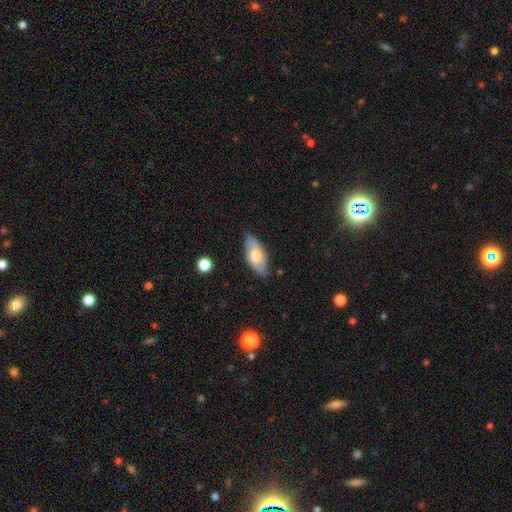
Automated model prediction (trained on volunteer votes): smooth-or-featured: smooth: 65% | featured or disk: 28% | star or artifact: 6%
  how-rounded: in between: 86% | cigar-shaped: 11% | round: 3%
  merging: none: 78% | minor disturbance: 18% | major disturbance: 3% | merger: 1%